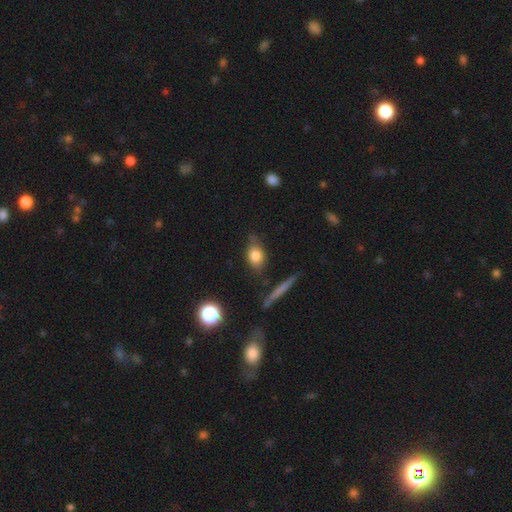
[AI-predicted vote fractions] Morphology: type=smooth (77%); roundness=in between (66%); merging=none (66%).